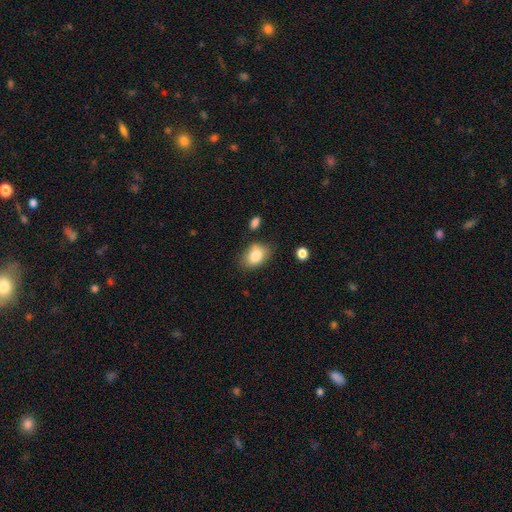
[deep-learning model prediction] Smooth or featured: smooth — 83% (featured or disk — 9%)
How rounded: in between — 78% (round — 21%)
Merging: none — 72% (minor disturbance — 19%)